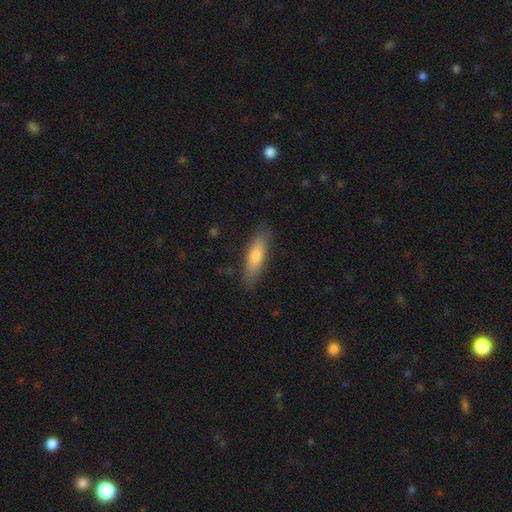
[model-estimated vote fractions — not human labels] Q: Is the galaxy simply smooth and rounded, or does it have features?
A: smooth — 69%.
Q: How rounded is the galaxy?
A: cigar-shaped — 62%.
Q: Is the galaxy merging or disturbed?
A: none — 85%.